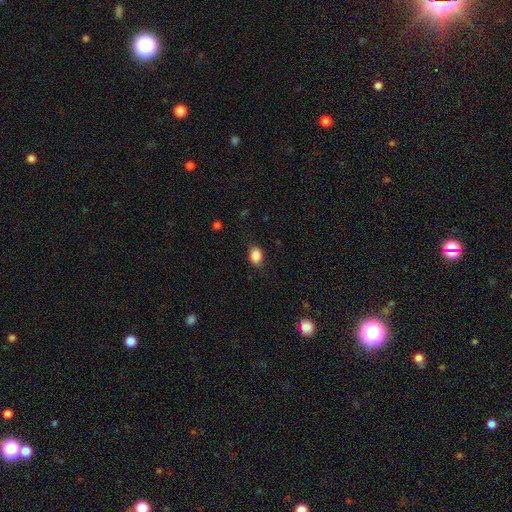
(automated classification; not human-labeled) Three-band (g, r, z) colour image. It shows a smooth galaxy with no disk features (87%) that is in between round and cigar-shaped (74%). Merging: none (78%).